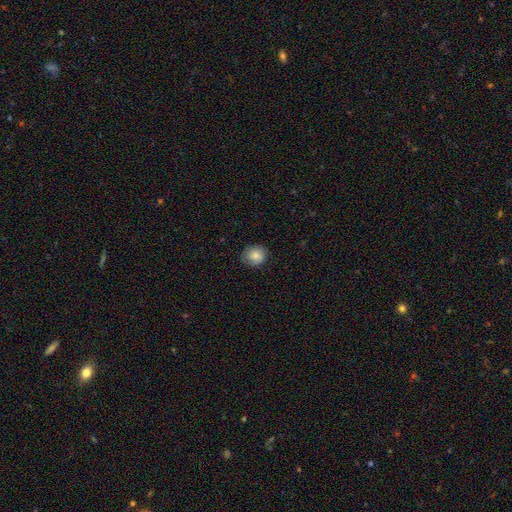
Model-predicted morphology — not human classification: This is clearly a smooth galaxy (80%). How rounded: likely round (74%). Merging: clearly none (82%).